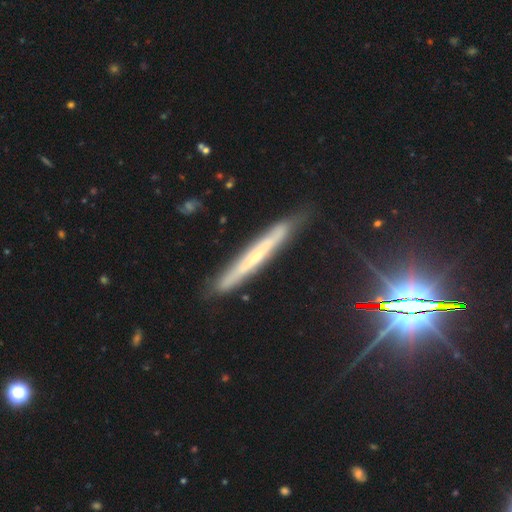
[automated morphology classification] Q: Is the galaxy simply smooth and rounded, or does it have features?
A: featured or disk — 65%.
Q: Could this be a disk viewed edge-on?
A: yes — 88%.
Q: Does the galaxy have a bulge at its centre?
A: rounded — 50%.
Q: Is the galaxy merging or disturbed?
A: none — 83%.